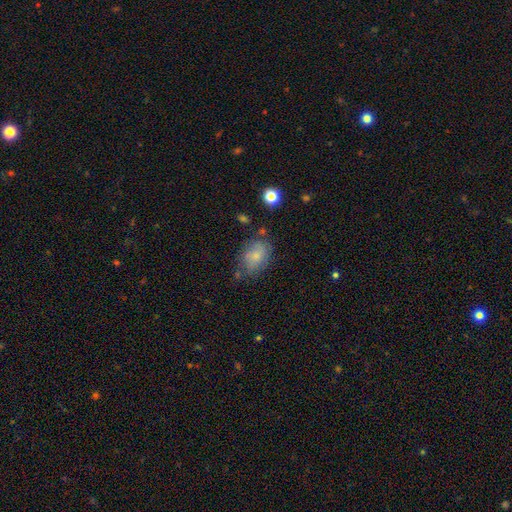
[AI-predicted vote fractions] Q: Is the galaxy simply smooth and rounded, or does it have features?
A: smooth — 75%.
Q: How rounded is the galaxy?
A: in between — 80%.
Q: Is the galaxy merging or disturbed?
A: none — 58%.